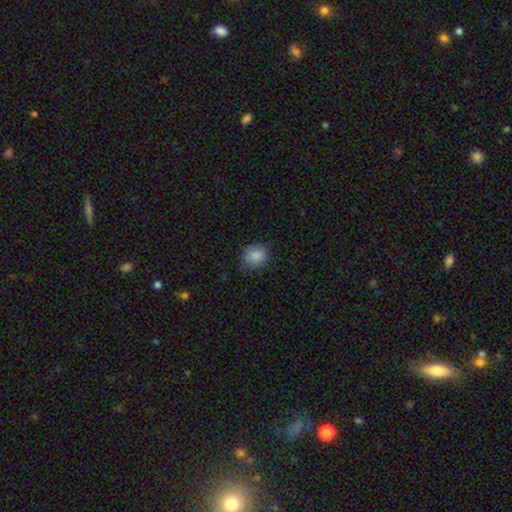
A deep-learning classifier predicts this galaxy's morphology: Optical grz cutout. It shows a smooth galaxy with no disk features (86%) that is round (67%). Merging: none (75%).